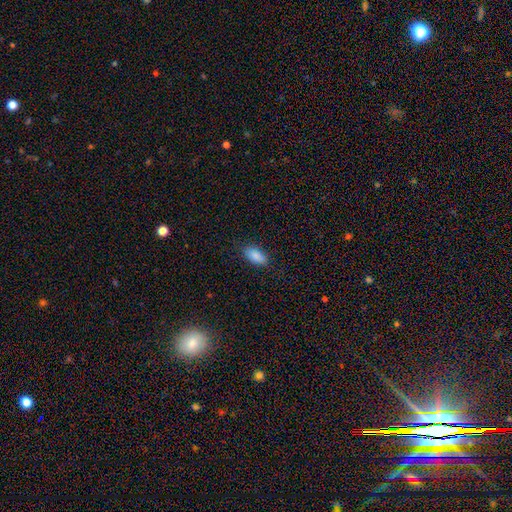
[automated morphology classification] This is clearly a smooth galaxy (88%). How rounded: clearly in between (90%). Merging: clearly none (84%).